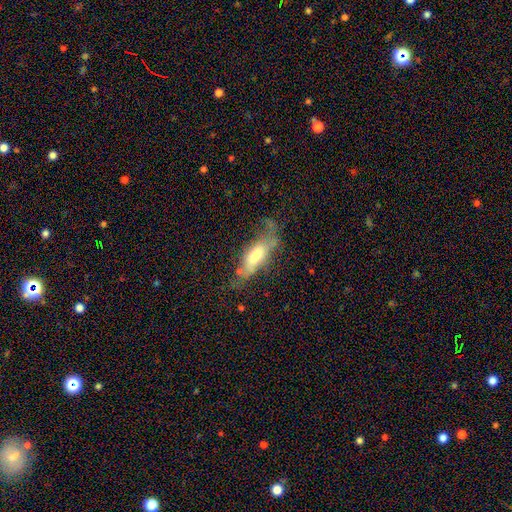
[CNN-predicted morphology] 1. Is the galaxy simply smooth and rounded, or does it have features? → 54% smooth, 38% featured or disk, 8% star or artifact.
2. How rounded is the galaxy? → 65% in between, 32% cigar-shaped, 3% round.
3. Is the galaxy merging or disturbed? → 36% major disturbance, 31% none, 27% minor disturbance, 7% merger.